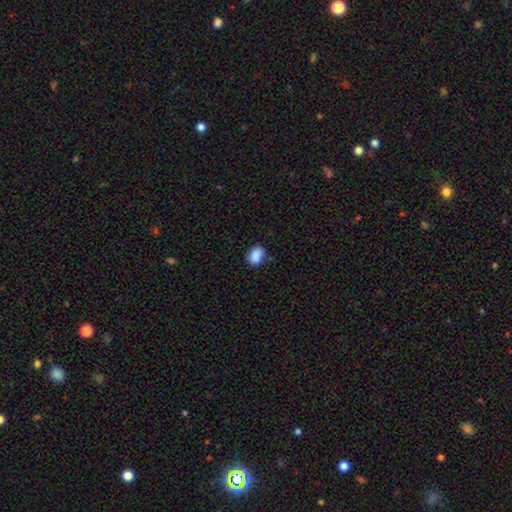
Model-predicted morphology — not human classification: A smooth galaxy with no disk features (87%) that is in between round and cigar-shaped (68%). Merging: none (70%).